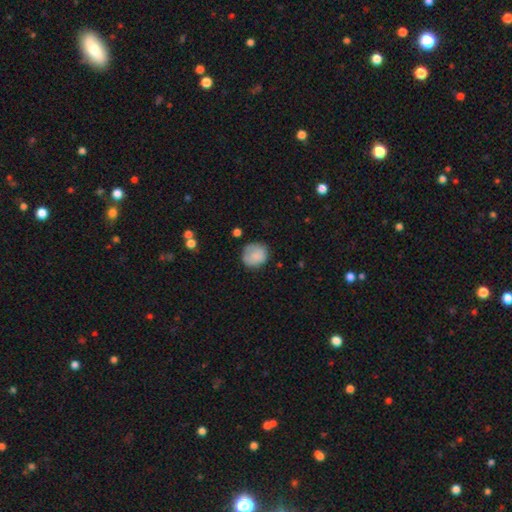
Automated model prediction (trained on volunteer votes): smooth_or_featured: smooth (p=0.80) [alt: featured or disk p=0.12]
how_rounded: round (p=0.75) [alt: in between p=0.24]
merging: none (p=0.65) [alt: minor disturbance p=0.24]